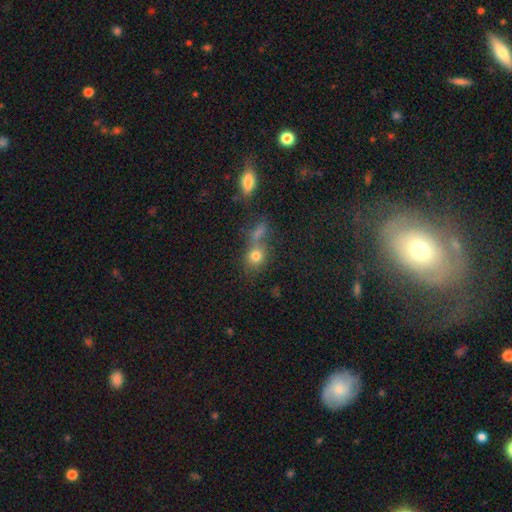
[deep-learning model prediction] Overall: smooth (75%). How rounded: round (71%). Merging: none (45%; merger 37%).